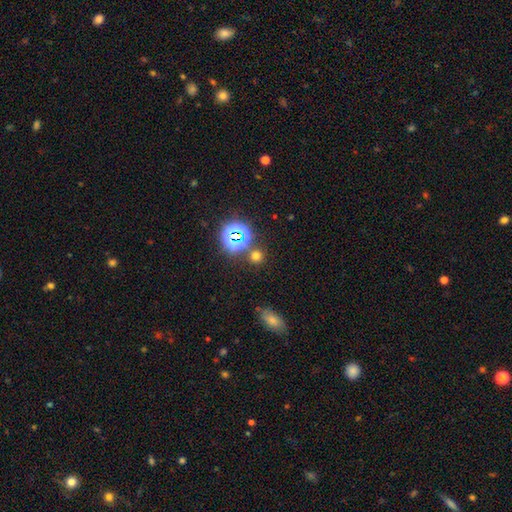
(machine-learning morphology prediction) The model was most divided on "smooth or featured": smooth: 63%, star or artifact: 31%, featured or disk: 6%. More confident: how rounded — round (88%); merging — none (79%).